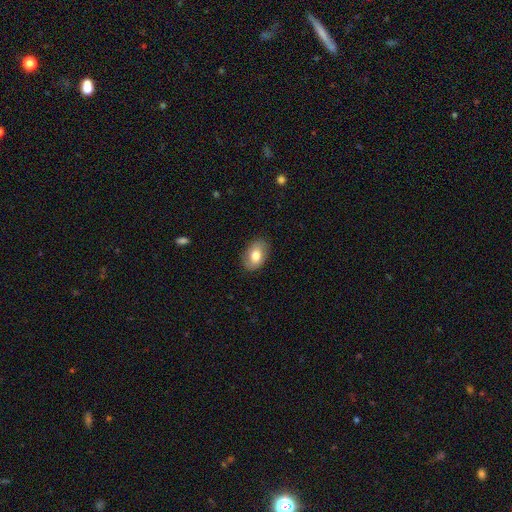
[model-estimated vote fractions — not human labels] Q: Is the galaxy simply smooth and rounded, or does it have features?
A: smooth — 77%.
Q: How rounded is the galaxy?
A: in between — 87%.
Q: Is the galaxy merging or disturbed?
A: none — 86%.